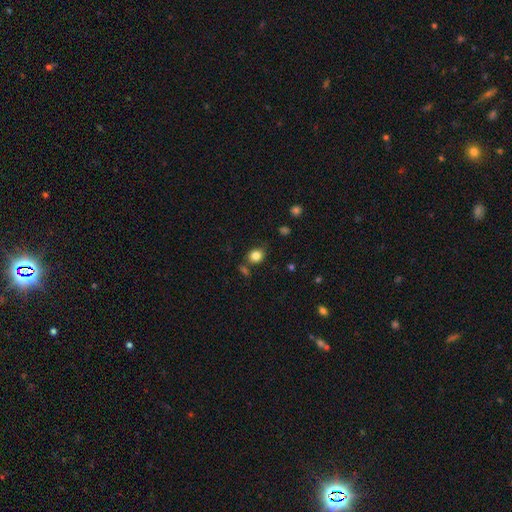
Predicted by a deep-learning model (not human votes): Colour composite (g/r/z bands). It shows a smooth galaxy with no disk features (84%) that is round (62%). Merging: none (73%).